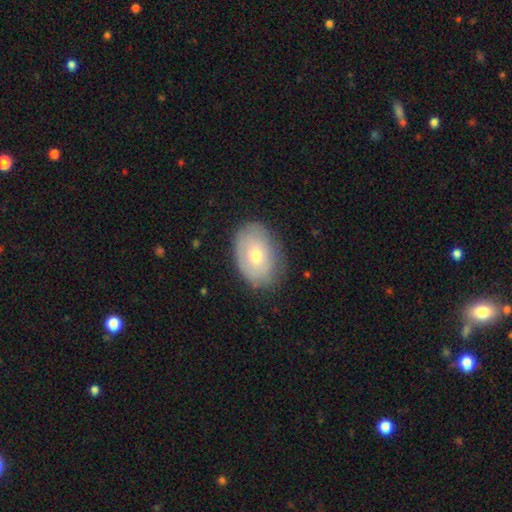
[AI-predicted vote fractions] Q: Smooth or featured?
A: smooth (62%); runner-up: featured or disk (30%)
Q: How rounded?
A: in between (77%); runner-up: round (22%)
Q: Merging?
A: none (75%); runner-up: minor disturbance (19%)